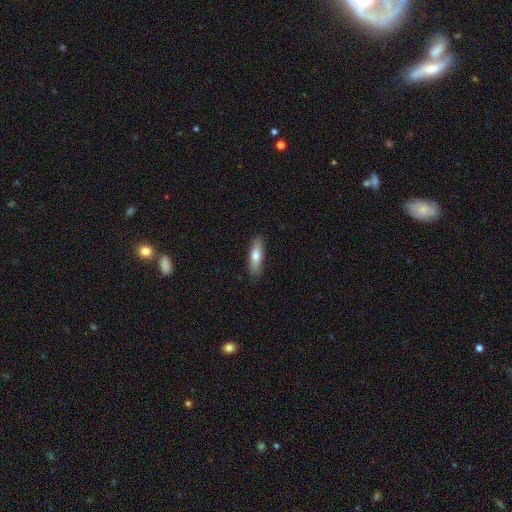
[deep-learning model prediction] Q: Smooth or featured?
A: smooth (73%); runner-up: featured or disk (21%)
Q: How rounded?
A: cigar-shaped (53%); runner-up: in between (45%)
Q: Merging?
A: none (87%); runner-up: minor disturbance (10%)